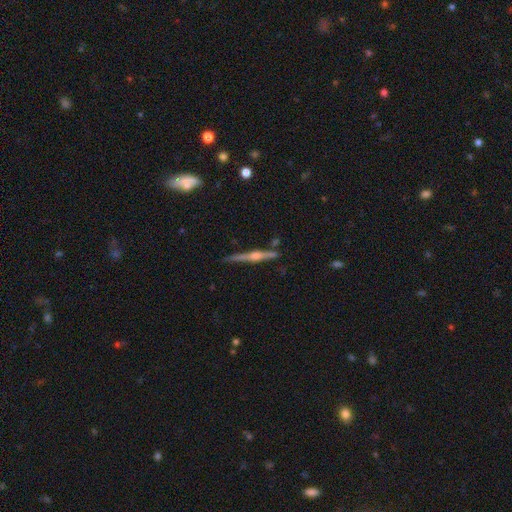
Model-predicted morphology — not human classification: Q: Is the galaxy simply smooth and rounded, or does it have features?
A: featured or disk — 81%.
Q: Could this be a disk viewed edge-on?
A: yes — 98%.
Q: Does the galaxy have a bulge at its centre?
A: rounded — 88%.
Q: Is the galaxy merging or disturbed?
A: none — 85%.